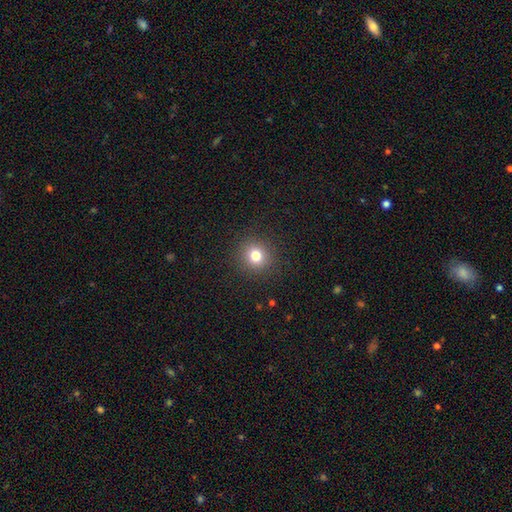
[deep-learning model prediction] smooth 78%, star or artifact 14%, featured or disk 8%. Down the decision tree: how rounded — round (90%); merging — none (90%).